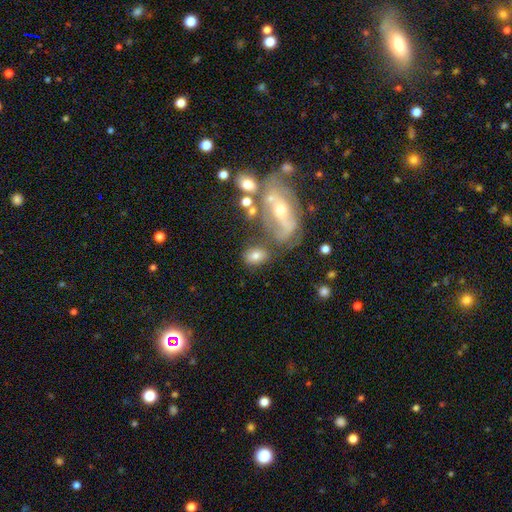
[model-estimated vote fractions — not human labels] Smooth or featured? smooth (66%)
How rounded? in between (77%)
Merging? none (59%)